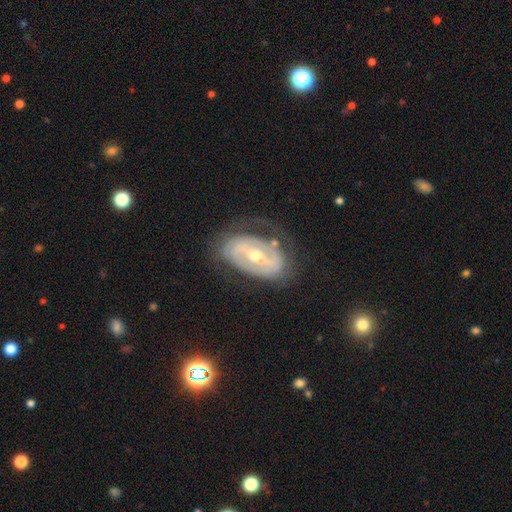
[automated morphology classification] featured or disk 81%, smooth 14%, star or artifact 6%. Down the decision tree: edge-on disk — no (94%); bar — strong (40%); spiral arms — yes (73%); spiral arm count — 2 (52%); spiral winding — tight (54%); bulge size — moderate (58%); merging — none (59%).